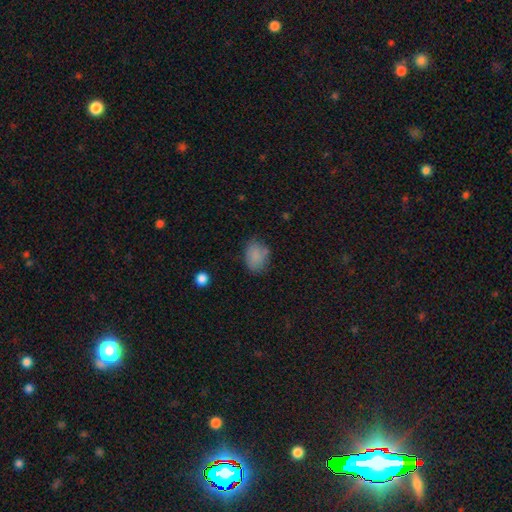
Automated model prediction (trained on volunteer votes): This is clearly a smooth galaxy (82%). How rounded: likely in between (63%). Merging: likely none (64%).